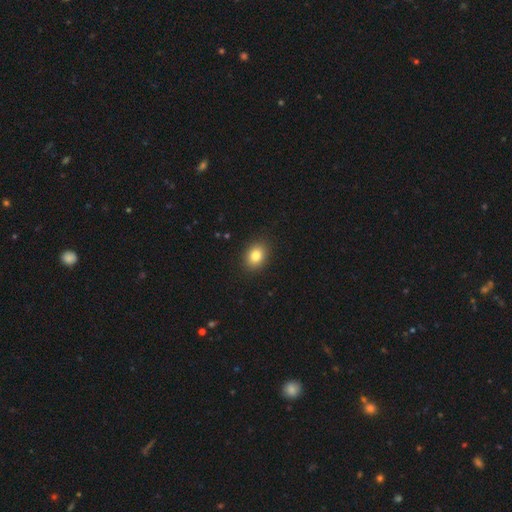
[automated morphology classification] Smooth or featured? Predicted: smooth (p=0.83). How rounded? Predicted: in between (p=0.60). Merging? Predicted: none (p=0.90).